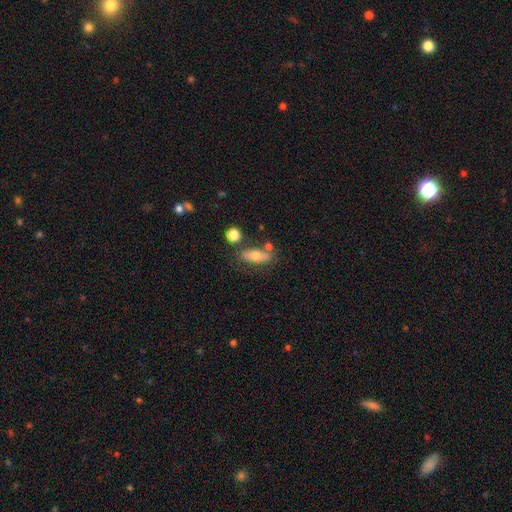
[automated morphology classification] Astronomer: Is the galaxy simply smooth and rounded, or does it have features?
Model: smooth — 64%.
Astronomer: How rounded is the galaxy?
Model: in between — 71%.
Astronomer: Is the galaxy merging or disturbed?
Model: none — 66%.